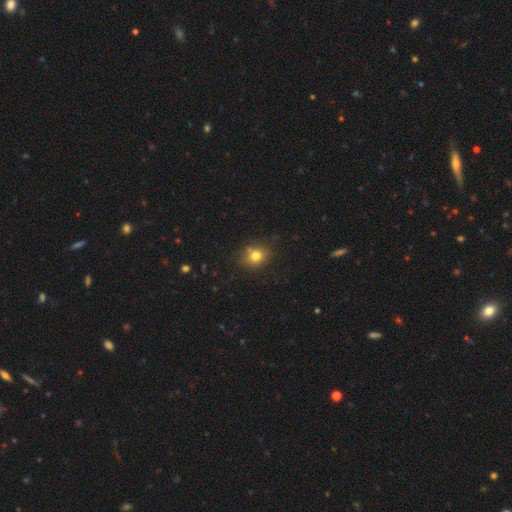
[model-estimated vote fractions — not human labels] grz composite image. It shows a smooth galaxy with no disk features (79%) that is round (62%). Merging: none (80%).